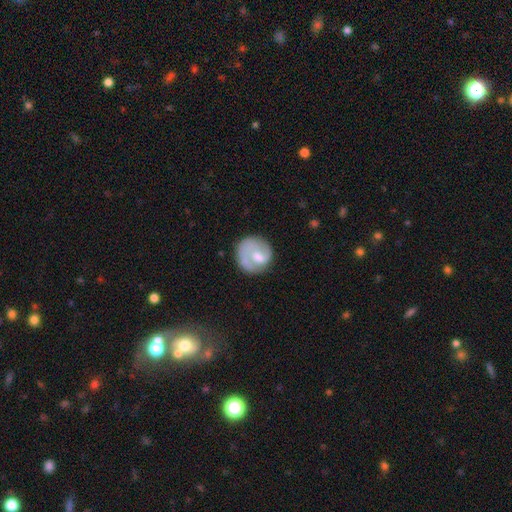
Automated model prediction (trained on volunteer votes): Q: Smooth or featured?
A: featured or disk (53%); runner-up: smooth (41%)
Q: Edge-on disk?
A: no (98%); runner-up: yes (2%)
Q: Bar?
A: no (54%); runner-up: weak (38%)
Q: Spiral arms?
A: yes (75%); runner-up: no (25%)
Q: Bulge size?
A: moderate (48%); runner-up: small (27%)
Q: Merging?
A: none (64%); runner-up: minor disturbance (19%)